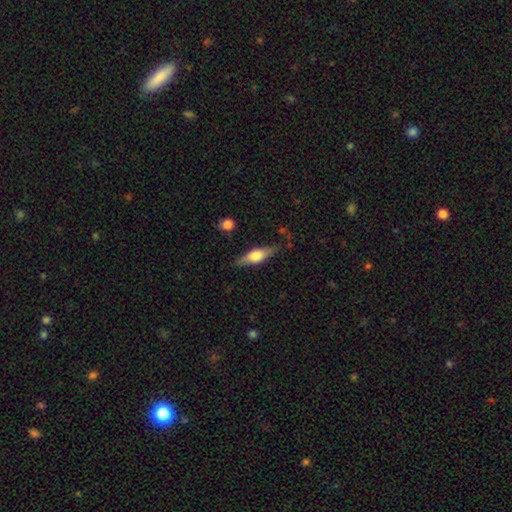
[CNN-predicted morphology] This is possibly a featured or disk galaxy (48%). Merging: likely none (79%).